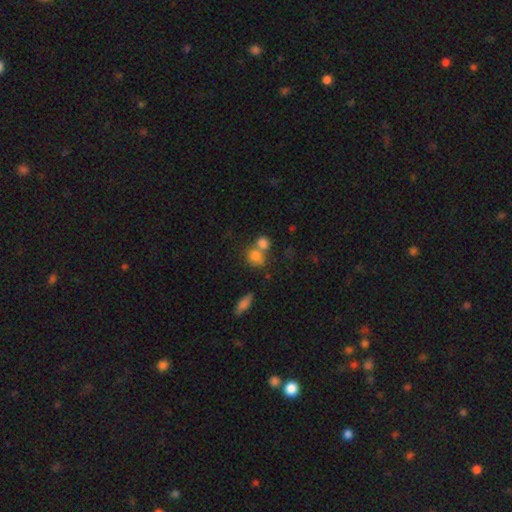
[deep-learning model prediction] smooth 78%, star or artifact 11%, featured or disk 11%. Down the decision tree: how rounded — round (64%); merging — merger (50%).